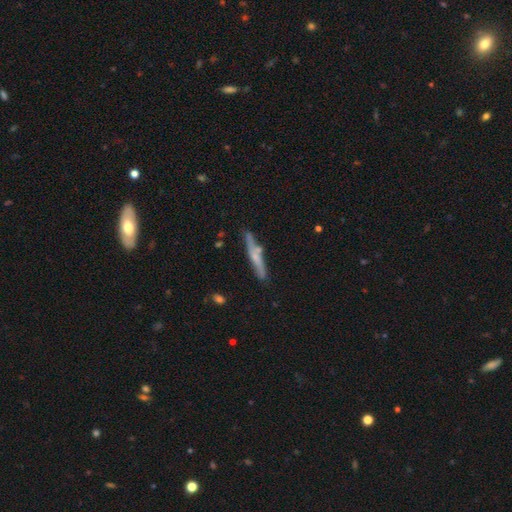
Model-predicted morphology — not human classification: featured or disk 48%, smooth 46%, star or artifact 6%. Down the decision tree: merging — none (70%).